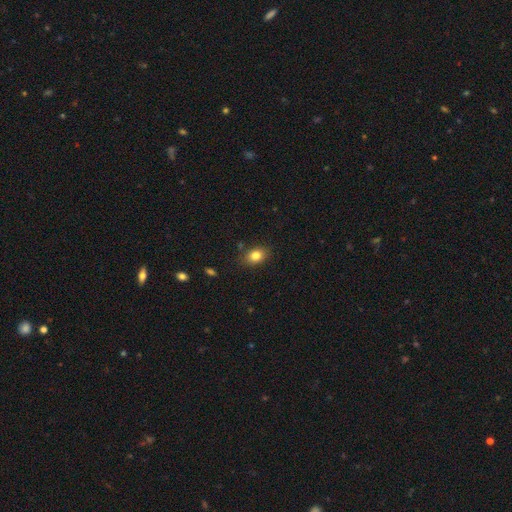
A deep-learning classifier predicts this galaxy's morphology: smooth-or-featured: smooth: 82% | star or artifact: 10% | featured or disk: 8%
  how-rounded: in between: 74% | round: 25% | cigar-shaped: 1%
  merging: none: 83% | minor disturbance: 13% | major disturbance: 3% | merger: 2%